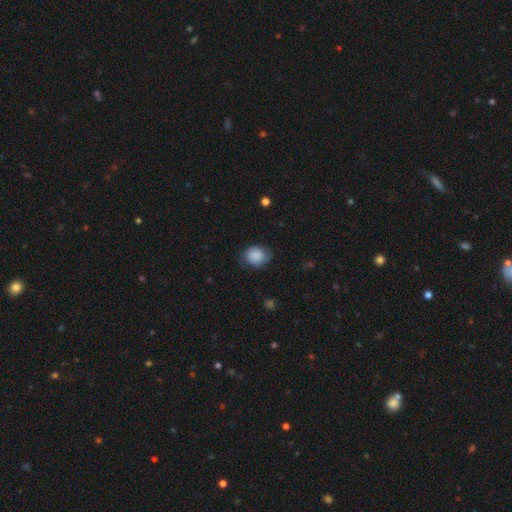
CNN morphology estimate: A smooth galaxy with no disk features (81%) that is round (60%). Merging: none (65%).